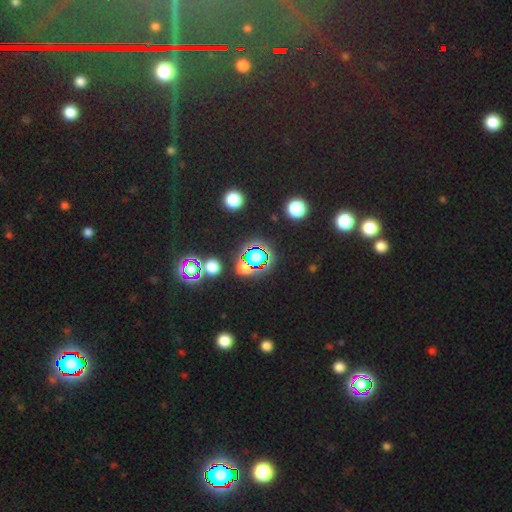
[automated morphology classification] Smooth or featured? star or artifact (63%)